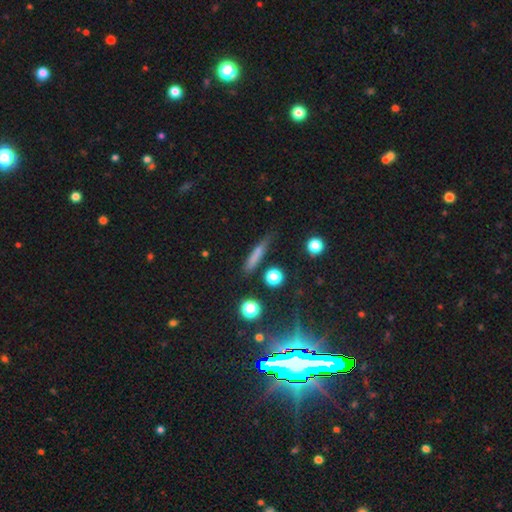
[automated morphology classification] smooth-or-featured: smooth: 70% | featured or disk: 20% | star or artifact: 10%
  how-rounded: cigar-shaped: 87% | in between: 8% | round: 5%
  merging: none: 81% | minor disturbance: 13% | major disturbance: 3% | merger: 3%